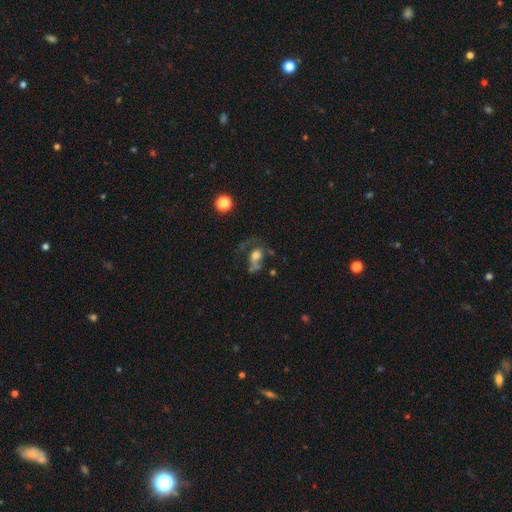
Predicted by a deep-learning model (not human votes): This appears to be a smooth galaxy with no disk features (46%). Merging: major disturbance (46%).